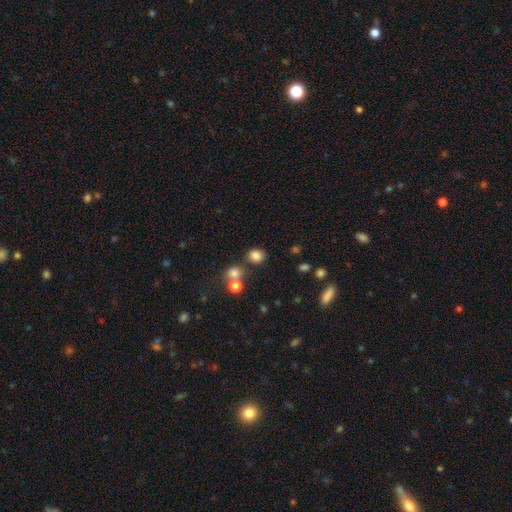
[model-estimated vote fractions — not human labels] Q: Smooth or featured?
A: smooth (81%); runner-up: star or artifact (14%)
Q: How rounded?
A: round (63%); runner-up: in between (36%)
Q: Merging?
A: none (71%); runner-up: merger (13%)